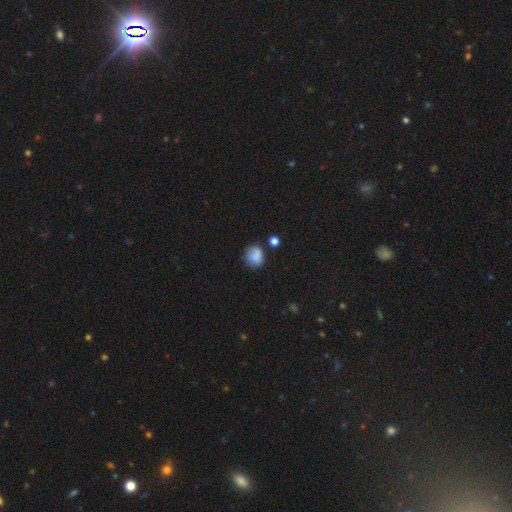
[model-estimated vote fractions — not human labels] smooth-or-featured: smooth: 79% | featured or disk: 10% | star or artifact: 10%
  how-rounded: round: 65% | in between: 34% | cigar-shaped: 1%
  merging: none: 62% | minor disturbance: 22% | merger: 8% | major disturbance: 8%